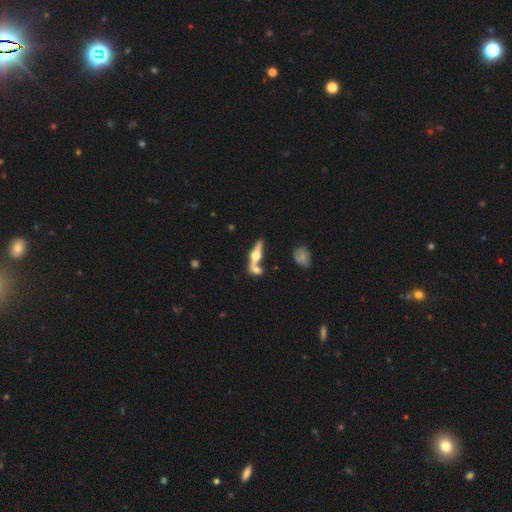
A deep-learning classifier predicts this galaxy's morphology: Q: Smooth or featured?
A: featured or disk (68%); runner-up: smooth (25%)
Q: Edge-on disk?
A: yes (91%); runner-up: no (9%)
Q: Edge-on bulge?
A: rounded (95%); runner-up: boxy (3%)
Q: Merging?
A: none (47%); runner-up: merger (37%)